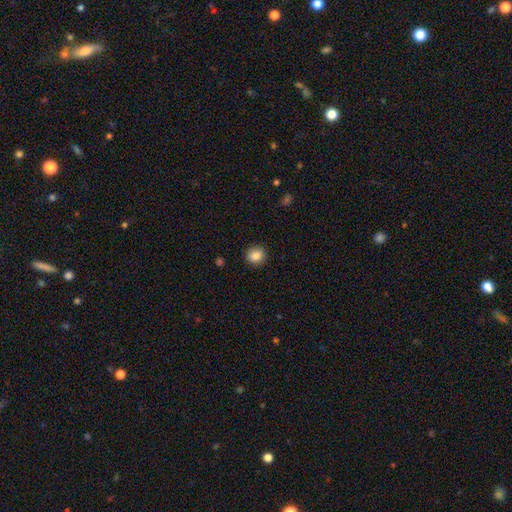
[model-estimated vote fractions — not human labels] Overall: smooth (86%). How rounded: round (86%). Merging: none (91%).